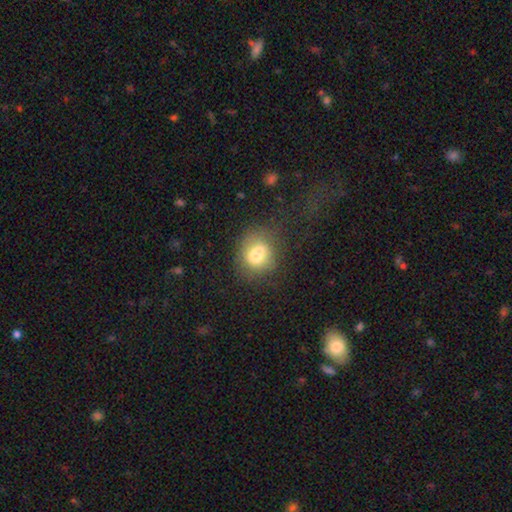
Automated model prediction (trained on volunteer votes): A smooth galaxy with no disk features (72%) that is round (64%).

Vote fractions:
- Smooth or featured? smooth: 72% / featured or disk: 16% / star or artifact: 12%
- How rounded? round: 64% / in between: 35% / cigar-shaped: 1%
- Merging? none: 53% / minor disturbance: 20% / merger: 16% / major disturbance: 12%